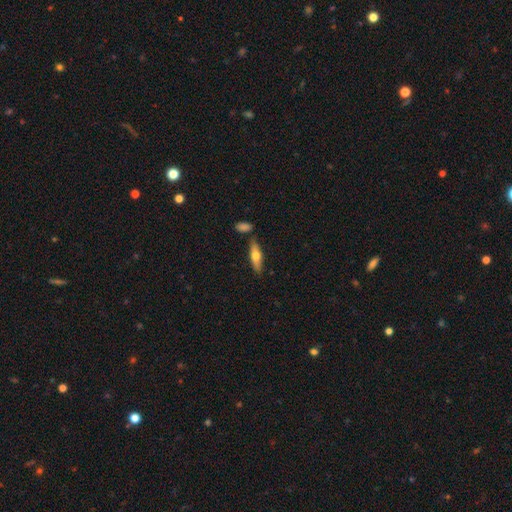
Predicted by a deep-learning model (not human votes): Overall: smooth (56%; featured or disk 39%). How rounded: cigar-shaped (57%; in between 40%). Merging: none (78%).